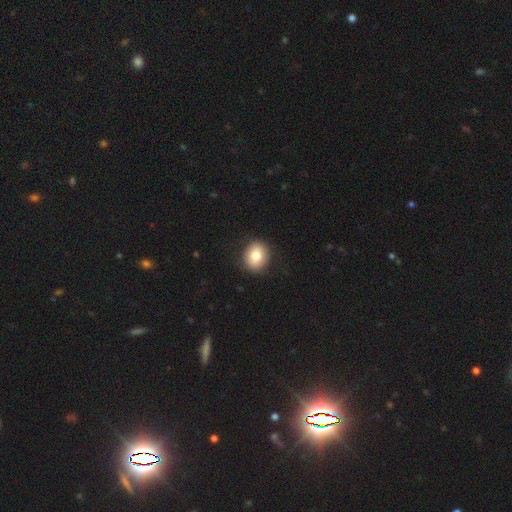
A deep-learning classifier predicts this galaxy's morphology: A smooth galaxy with no disk features (80%) that is round (69%).

Vote fractions:
- Smooth or featured? smooth: 80% / featured or disk: 12% / star or artifact: 8%
- How rounded? round: 69% / in between: 30% / cigar-shaped: 1%
- Merging? none: 89% / minor disturbance: 8% / major disturbance: 2% / merger: 1%